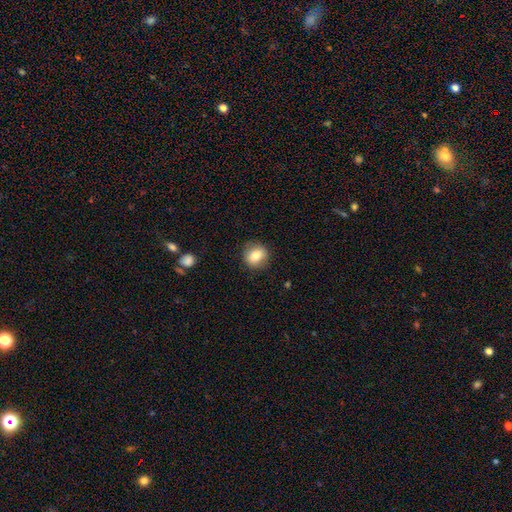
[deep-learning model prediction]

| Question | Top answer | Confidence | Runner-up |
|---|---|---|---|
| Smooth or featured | smooth | 80% | featured or disk (11%) |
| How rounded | round | 79% | in between (20%) |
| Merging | none | 85% | minor disturbance (10%) |